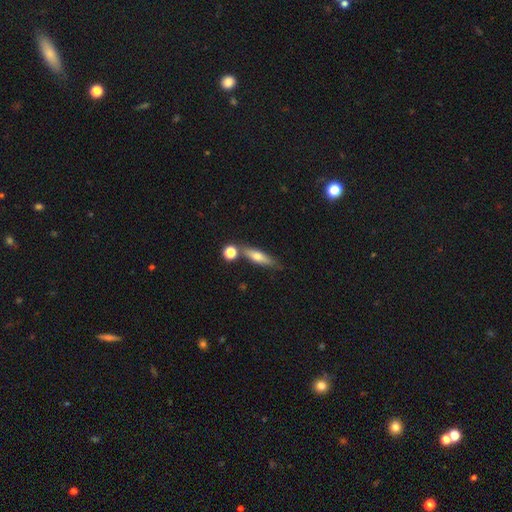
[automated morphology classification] smooth_or_featured: smooth (p=0.57) [alt: featured or disk p=0.35]
how_rounded: cigar-shaped (p=0.65) [alt: in between p=0.31]
merging: none (p=0.70) [alt: minor disturbance p=0.14]